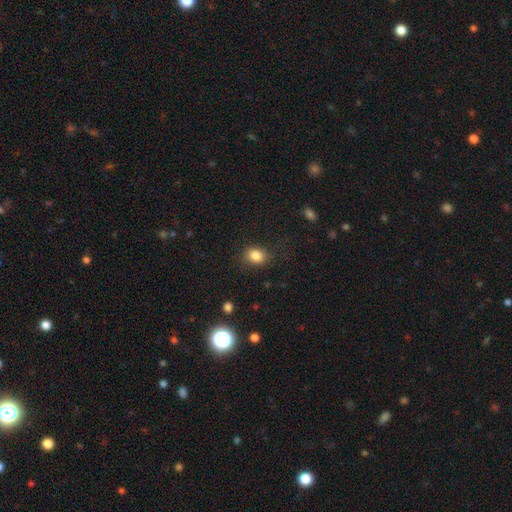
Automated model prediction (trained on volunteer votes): smooth-or-featured: smooth: 84% | star or artifact: 11% | featured or disk: 6%
  how-rounded: in between: 54% | round: 45% | cigar-shaped: 1%
  merging: none: 76% | minor disturbance: 16% | major disturbance: 6% | merger: 1%